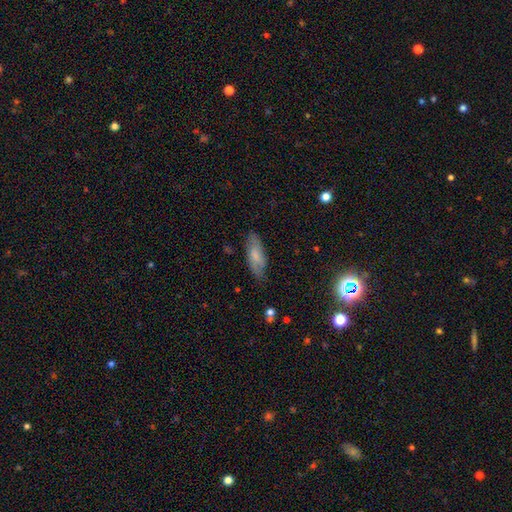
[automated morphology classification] Q: Smooth or featured?
A: smooth (62%); runner-up: featured or disk (30%)
Q: How rounded?
A: in between (66%); runner-up: cigar-shaped (32%)
Q: Merging?
A: none (78%); runner-up: minor disturbance (17%)